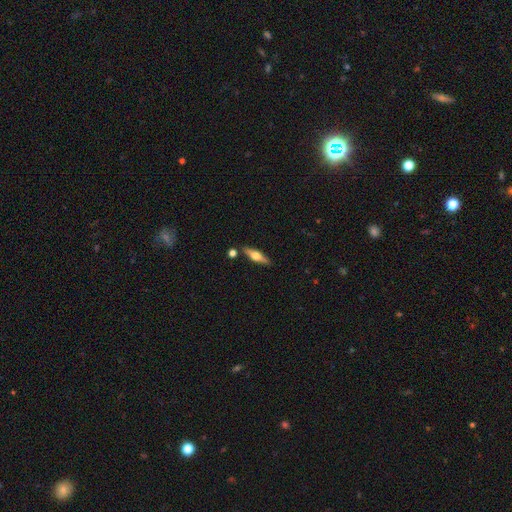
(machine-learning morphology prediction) Q: Smooth or featured?
A: featured or disk (52%); runner-up: smooth (42%)
Q: Edge-on disk?
A: yes (92%); runner-up: no (8%)
Q: Merging?
A: none (83%); runner-up: minor disturbance (9%)